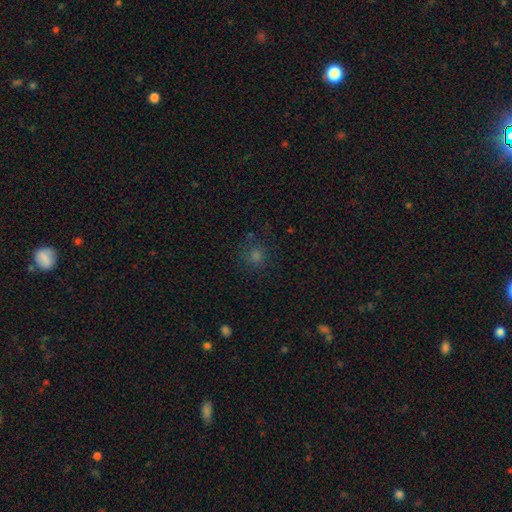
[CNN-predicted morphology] This is possibly a smooth galaxy (59%). How rounded: clearly round (88%). Merging: likely none (79%).